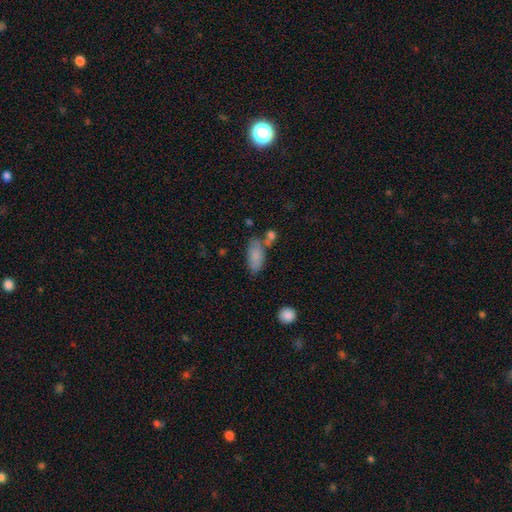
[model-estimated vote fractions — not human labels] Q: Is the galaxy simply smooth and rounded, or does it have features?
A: smooth — 84%.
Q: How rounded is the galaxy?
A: in between — 88%.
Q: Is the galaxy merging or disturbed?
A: none — 59%.